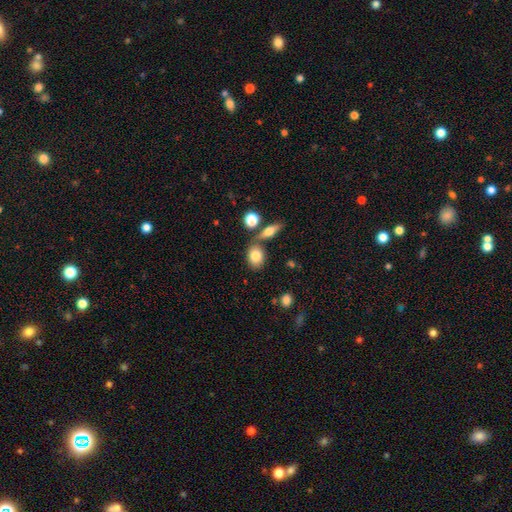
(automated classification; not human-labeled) Smooth or featured? smooth (79%)
How rounded? in between (59%)
Merging? none (67%)